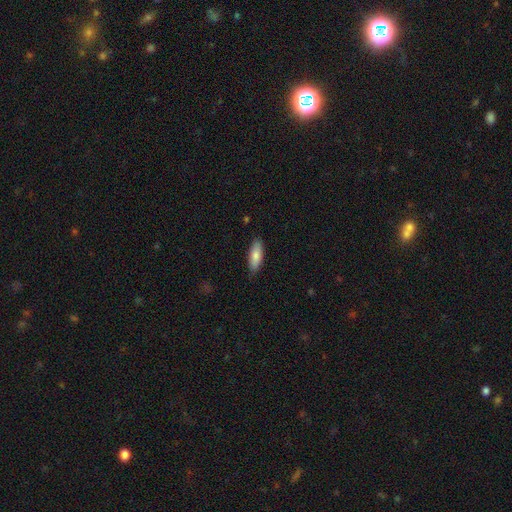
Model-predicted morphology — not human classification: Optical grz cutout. It shows a smooth galaxy with no disk features (81%) that is in between round and cigar-shaped (67%). Merging: none (84%).